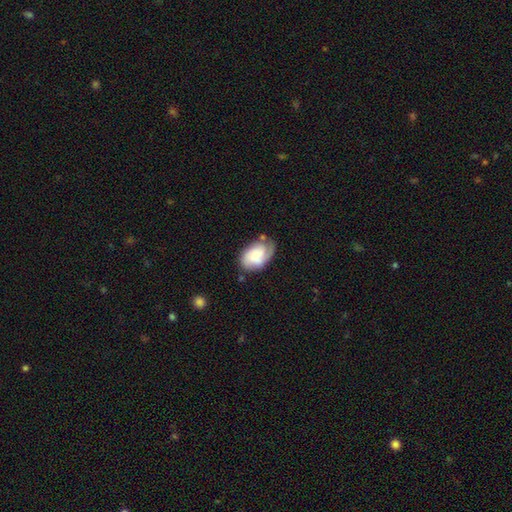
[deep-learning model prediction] smooth_or_featured: featured or disk (p=0.47) [alt: smooth p=0.45]
merging: none (p=0.54) [alt: minor disturbance p=0.29]